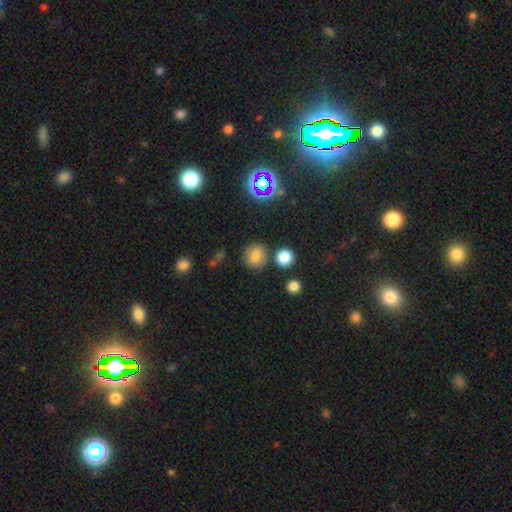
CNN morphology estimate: Q: Smooth or featured?
A: smooth (76%); runner-up: star or artifact (16%)
Q: How rounded?
A: round (85%); runner-up: in between (14%)
Q: Merging?
A: none (80%); runner-up: minor disturbance (9%)